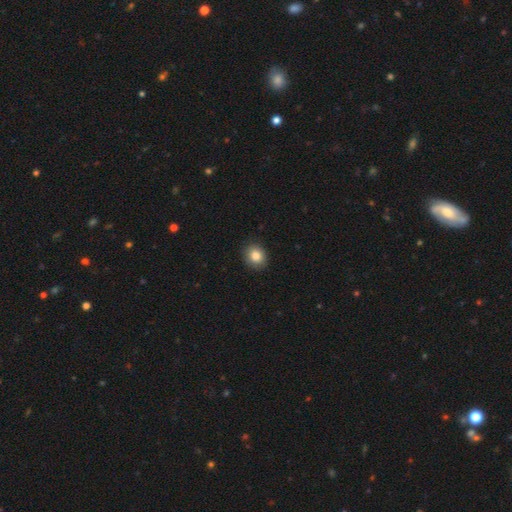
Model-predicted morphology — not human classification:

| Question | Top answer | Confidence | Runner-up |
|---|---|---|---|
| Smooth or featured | smooth | 86% | star or artifact (9%) |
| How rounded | round | 62% | in between (37%) |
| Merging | none | 89% | minor disturbance (8%) |